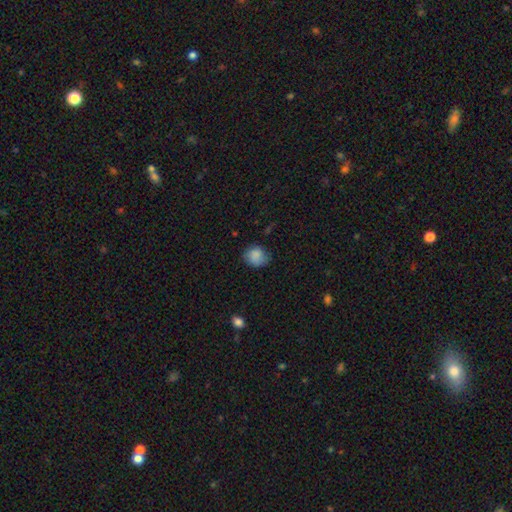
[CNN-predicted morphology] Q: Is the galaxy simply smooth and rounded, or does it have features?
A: smooth — 85%.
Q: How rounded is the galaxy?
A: round — 66%.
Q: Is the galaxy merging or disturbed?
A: none — 69%.